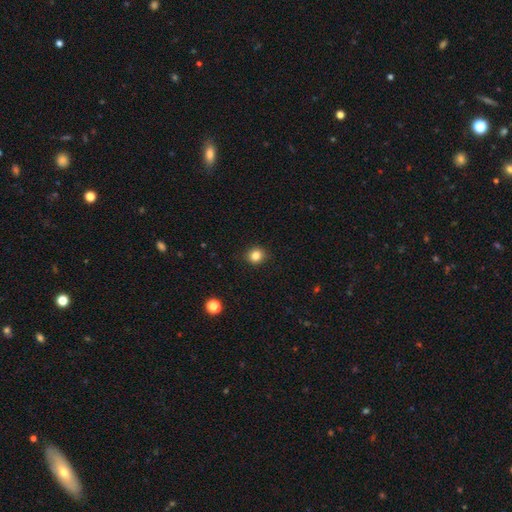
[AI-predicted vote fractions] smooth-or-featured: smooth: 83% | star or artifact: 12% | featured or disk: 5%
  how-rounded: round: 84% | in between: 15% | cigar-shaped: 1%
  merging: none: 91% | minor disturbance: 7% | major disturbance: 2% | merger: 1%